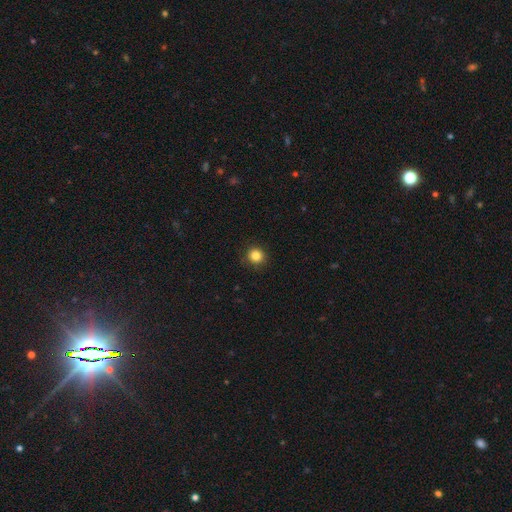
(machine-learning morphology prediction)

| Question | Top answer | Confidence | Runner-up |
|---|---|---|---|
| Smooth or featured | smooth | 84% | star or artifact (12%) |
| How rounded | round | 93% | in between (6%) |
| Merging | none | 91% | minor disturbance (6%) |